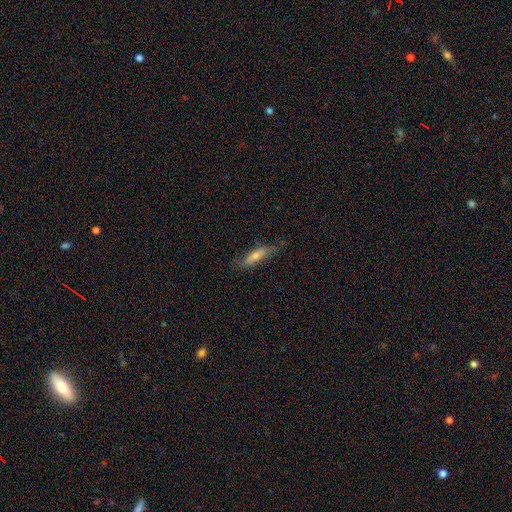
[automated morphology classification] Overall: smooth (58%; featured or disk 34%). How rounded: cigar-shaped (68%; in between 30%). Merging: none (71%).